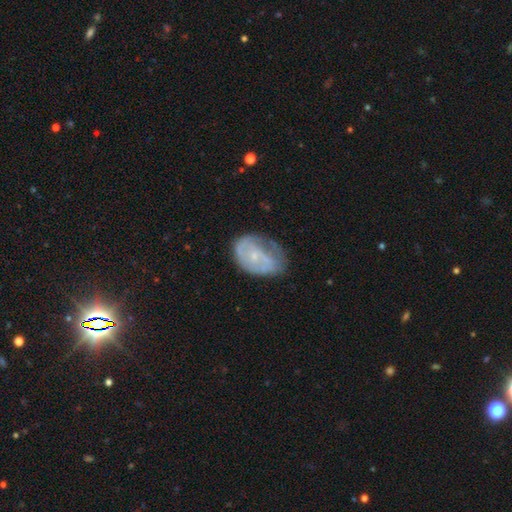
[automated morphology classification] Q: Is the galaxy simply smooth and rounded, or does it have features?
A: featured or disk — 60%.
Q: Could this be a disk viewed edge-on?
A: no — 96%.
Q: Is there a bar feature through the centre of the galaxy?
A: no — 70%.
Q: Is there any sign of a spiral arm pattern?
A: yes — 65%.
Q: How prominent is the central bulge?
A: small — 71%.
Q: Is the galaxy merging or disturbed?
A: none — 49%.